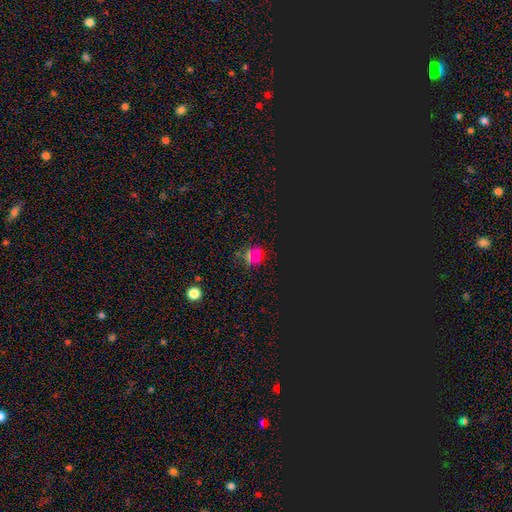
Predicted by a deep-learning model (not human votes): Smooth or featured: star or artifact — 55% (smooth — 38%)